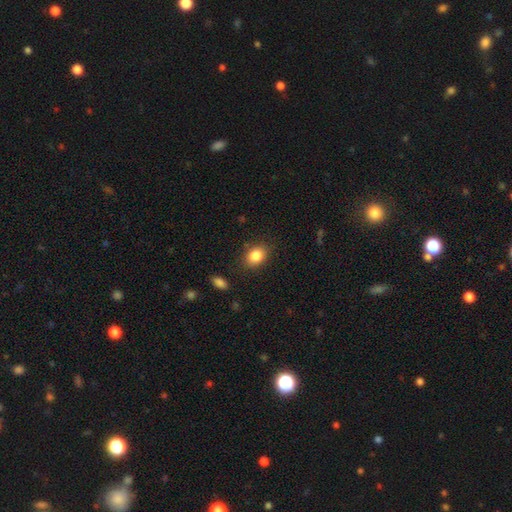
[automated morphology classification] This appears to be a smooth galaxy with no disk features (85%) that is in between round and cigar-shaped (63%). Merging: none (84%).